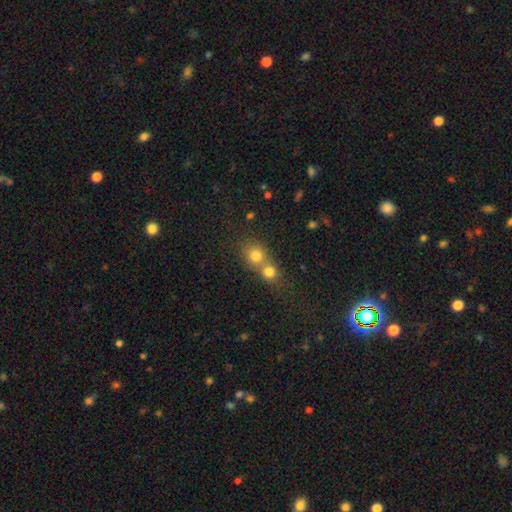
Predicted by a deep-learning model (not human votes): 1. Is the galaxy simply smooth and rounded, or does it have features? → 76% smooth, 14% star or artifact, 10% featured or disk.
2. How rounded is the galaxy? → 80% round, 19% in between, 1% cigar-shaped.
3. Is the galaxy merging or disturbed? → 57% merger, 34% none, 5% minor disturbance, 3% major disturbance.